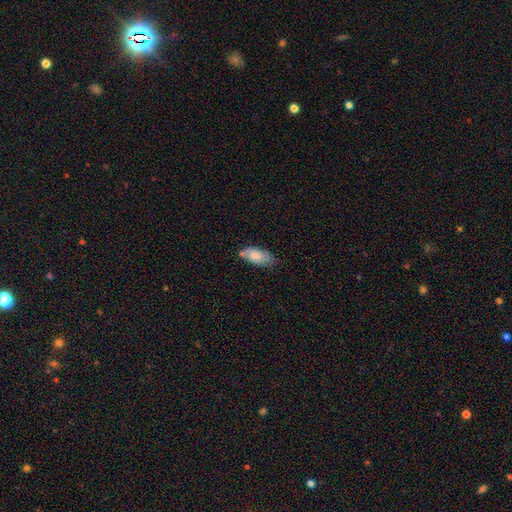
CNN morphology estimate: The model was most divided on "merging": none: 61%, minor disturbance: 25%, merger: 9%, major disturbance: 5%. More confident: how rounded — in between (90%); smooth or featured — smooth (72%).